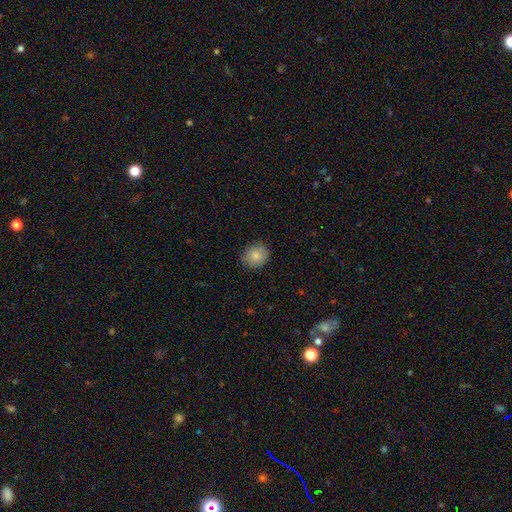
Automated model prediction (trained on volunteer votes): Morphology: type=smooth (84%); roundness=round (68%); merging=none (86%).